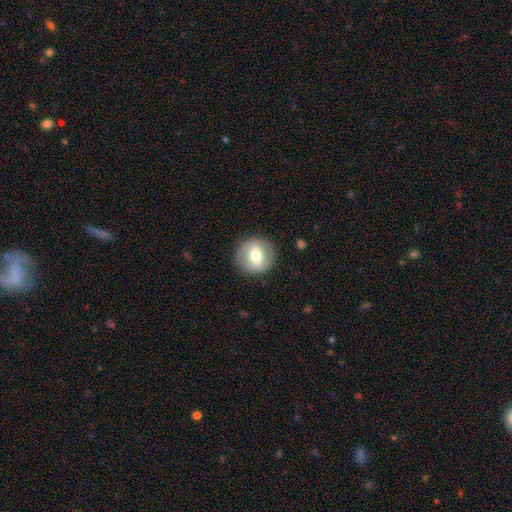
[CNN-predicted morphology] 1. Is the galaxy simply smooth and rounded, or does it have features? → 58% smooth, 35% featured or disk, 8% star or artifact.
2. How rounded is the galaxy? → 91% round, 8% in between, 1% cigar-shaped.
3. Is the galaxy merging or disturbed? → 87% none, 9% minor disturbance, 3% major disturbance, 1% merger.